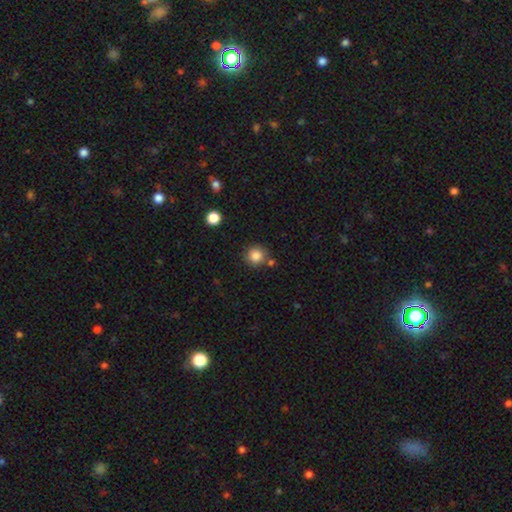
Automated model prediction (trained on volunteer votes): Smooth or featured?
  - smooth: 84% *
  - star or artifact: 10%
  - featured or disk: 5%
How rounded?
  - round: 93% *
  - in between: 6%
  - cigar-shaped: 1%
Merging?
  - none: 79% *
  - minor disturbance: 9%
  - merger: 9%
  - major disturbance: 3%